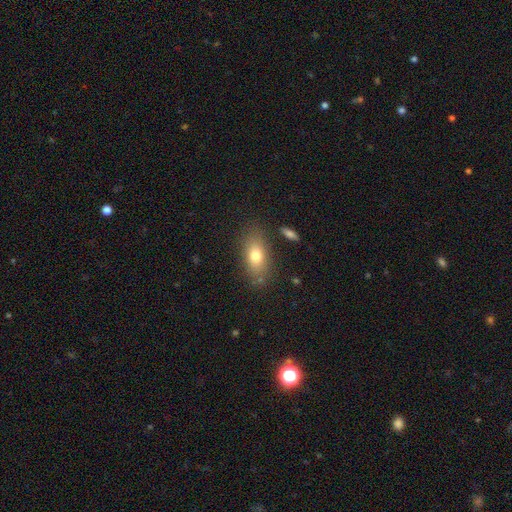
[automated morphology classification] Smooth or featured: smooth — 76% (featured or disk — 16%)
How rounded: in between — 84% (round — 8%)
Merging: none — 79% (minor disturbance — 13%)